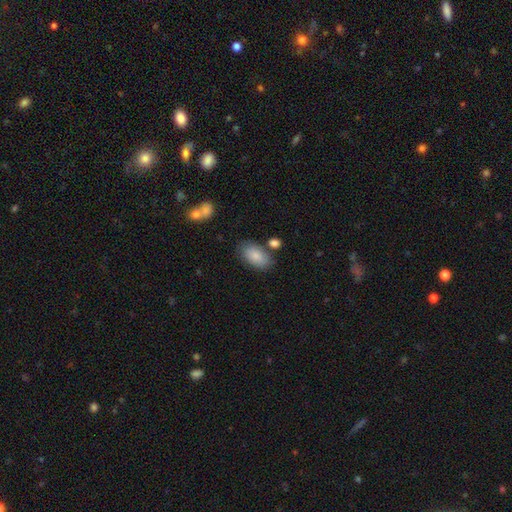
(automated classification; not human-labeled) smooth_or_featured: smooth (p=0.84) [alt: featured or disk p=0.09]
how_rounded: in between (p=0.93) [alt: round p=0.05]
merging: none (p=0.73) [alt: minor disturbance p=0.15]